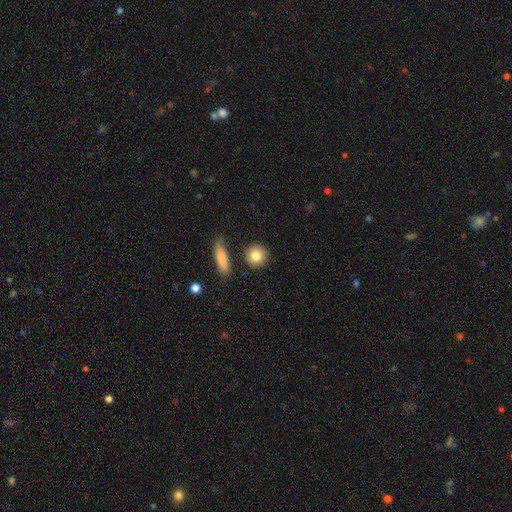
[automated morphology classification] Smooth or featured: smooth — 83% (featured or disk — 10%)
How rounded: round — 87% (in between — 10%)
Merging: none — 84% (minor disturbance — 9%)